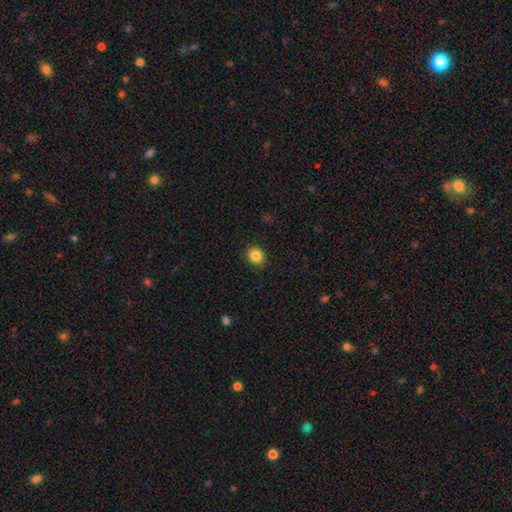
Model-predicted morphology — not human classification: Smooth or featured? smooth (86%)
How rounded? round (76%)
Merging? none (90%)